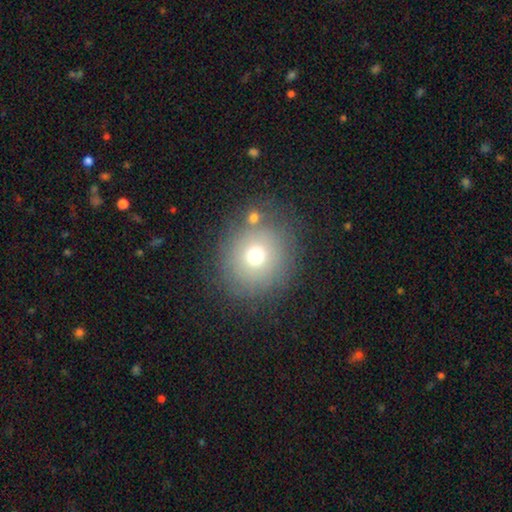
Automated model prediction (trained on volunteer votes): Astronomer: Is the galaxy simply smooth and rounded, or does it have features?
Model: smooth — 68%.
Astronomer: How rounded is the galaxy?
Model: round — 84%.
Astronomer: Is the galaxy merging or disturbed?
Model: none — 77%.